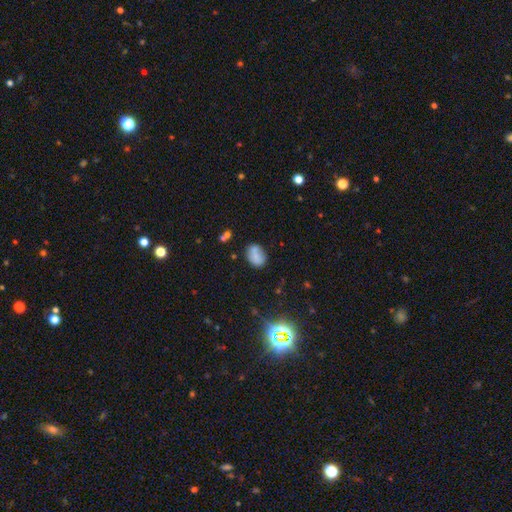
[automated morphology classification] smooth-or-featured: smooth: 73% | featured or disk: 15% | star or artifact: 12%
  how-rounded: in between: 74% | round: 25% | cigar-shaped: 1%
  merging: none: 63% | minor disturbance: 21% | merger: 9% | major disturbance: 7%